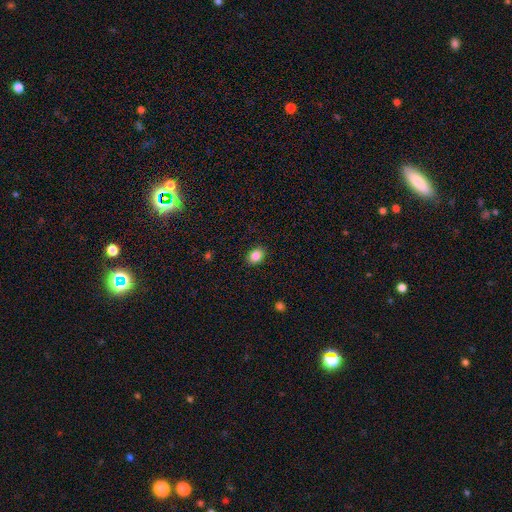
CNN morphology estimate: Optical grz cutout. It shows a smooth galaxy with no disk features (86%) that is in between round and cigar-shaped (71%). Merging: none (89%).